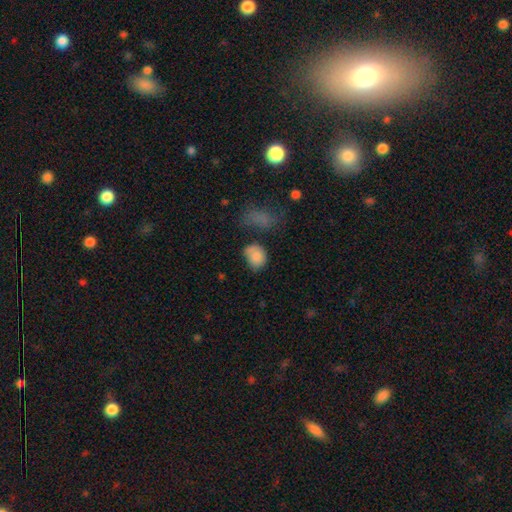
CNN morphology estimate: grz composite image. It shows a smooth galaxy with no disk features (84%) that is round (57%). Merging: none (52%).